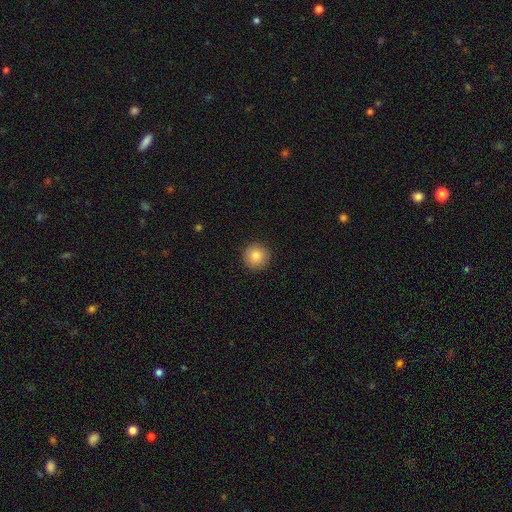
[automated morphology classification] Smooth or featured?
  - smooth: 83% *
  - star or artifact: 10%
  - featured or disk: 7%
How rounded?
  - round: 96% *
  - in between: 3%
  - cigar-shaped: 1%
Merging?
  - none: 92% *
  - minor disturbance: 5%
  - major disturbance: 2%
  - merger: 1%